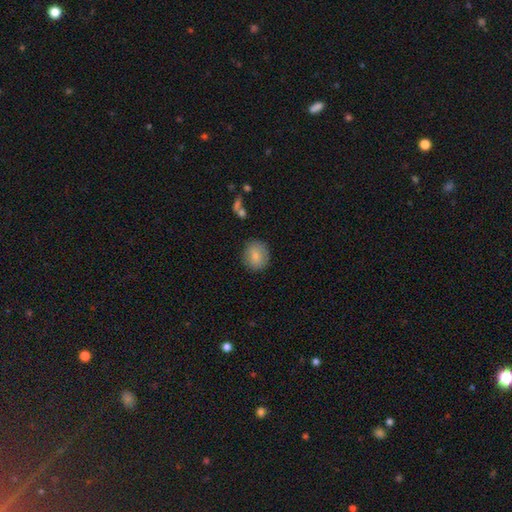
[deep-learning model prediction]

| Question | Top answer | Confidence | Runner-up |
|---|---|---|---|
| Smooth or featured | smooth | 81% | featured or disk (12%) |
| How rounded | round | 70% | in between (29%) |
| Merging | none | 83% | minor disturbance (12%) |